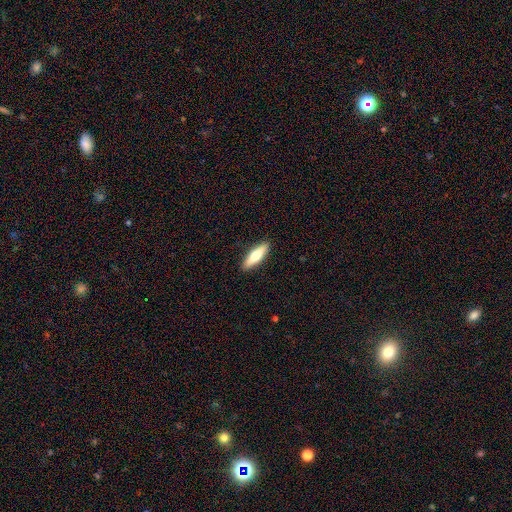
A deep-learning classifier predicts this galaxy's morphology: type=smooth (62%); roundness=cigar-shaped (61%); merging=none (91%).